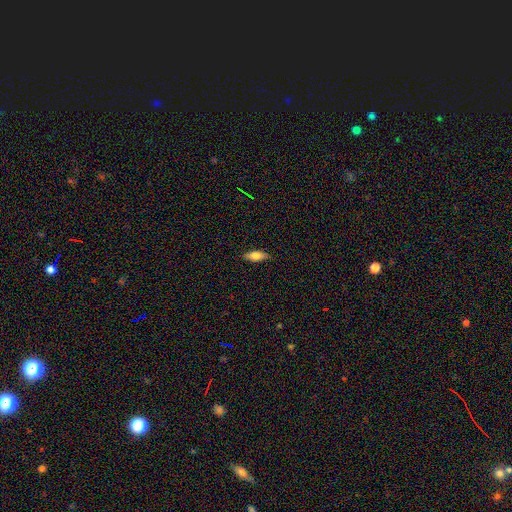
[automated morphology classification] This appears to be a smooth galaxy with no disk features (67%) that is in between round and cigar-shaped (68%). Merging: none (84%).